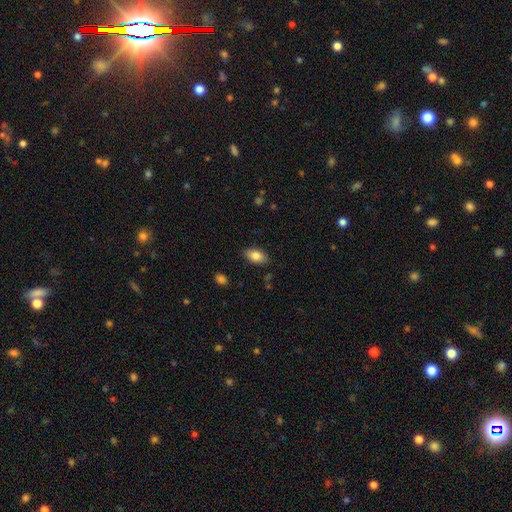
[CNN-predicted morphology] Q: Smooth or featured?
A: smooth (83%); runner-up: featured or disk (9%)
Q: How rounded?
A: in between (92%); runner-up: round (5%)
Q: Merging?
A: none (85%); runner-up: minor disturbance (11%)